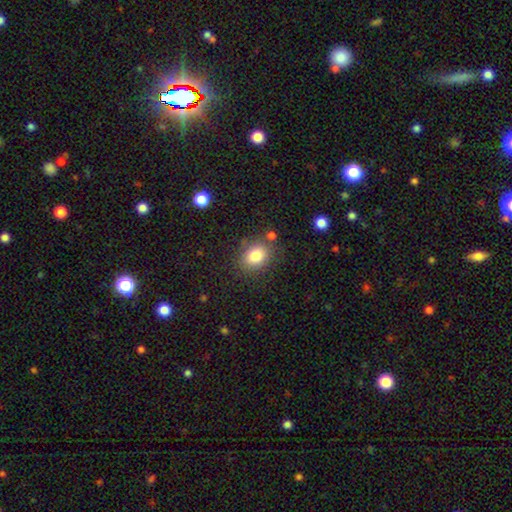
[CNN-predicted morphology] type=smooth (82%); roundness=in between (58%); merging=none (78%).